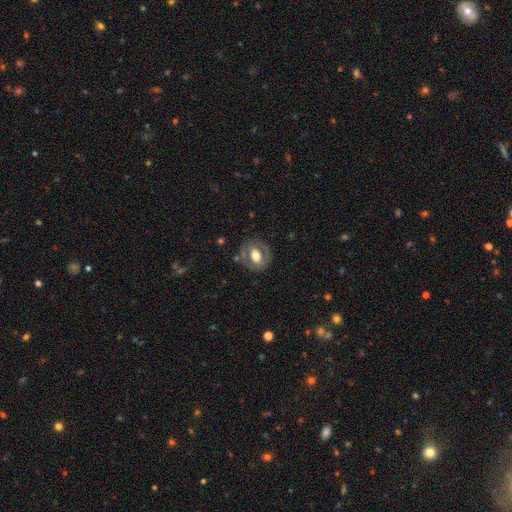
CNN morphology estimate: Overall: featured or disk (50%; smooth 43%). Merging: none (75%).